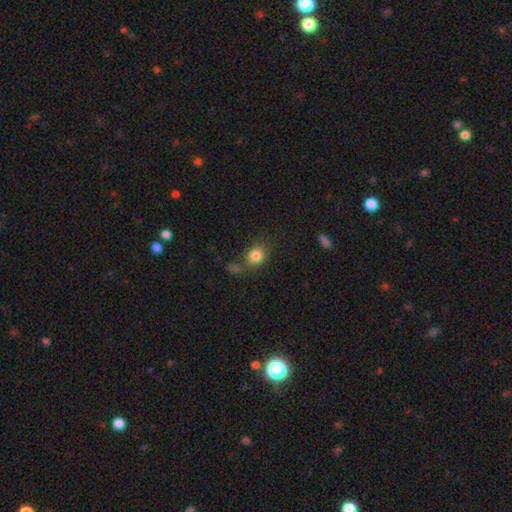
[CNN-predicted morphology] smooth-or-featured: smooth: 82% | star or artifact: 11% | featured or disk: 7%
  how-rounded: round: 62% | in between: 36% | cigar-shaped: 1%
  merging: none: 61% | minor disturbance: 17% | merger: 14% | major disturbance: 8%